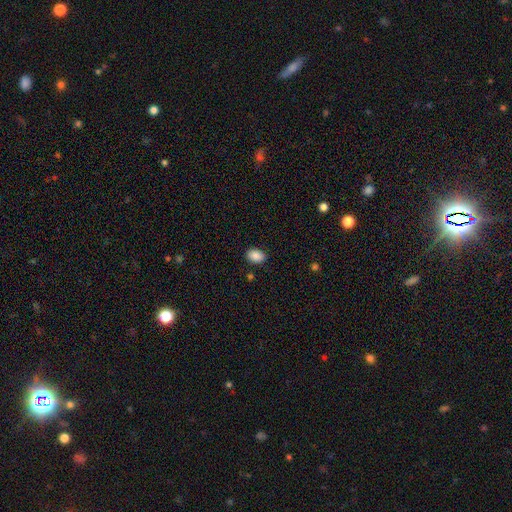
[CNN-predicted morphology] Smooth or featured? smooth (89%)
How rounded? in between (81%)
Merging? none (87%)